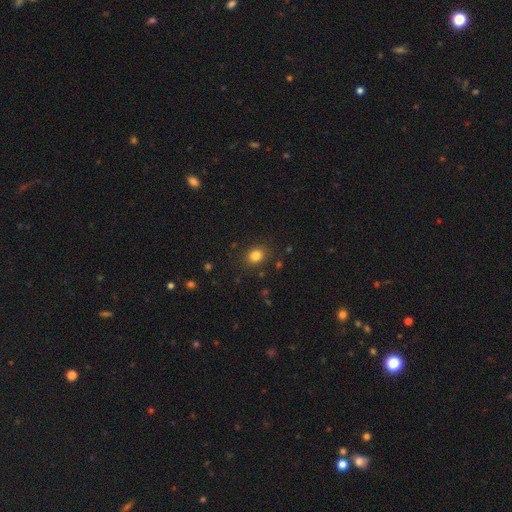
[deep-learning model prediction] Smooth or featured? Predicted: smooth (p=0.83). How rounded? Predicted: round (p=0.55). Merging? Predicted: none (p=0.86).